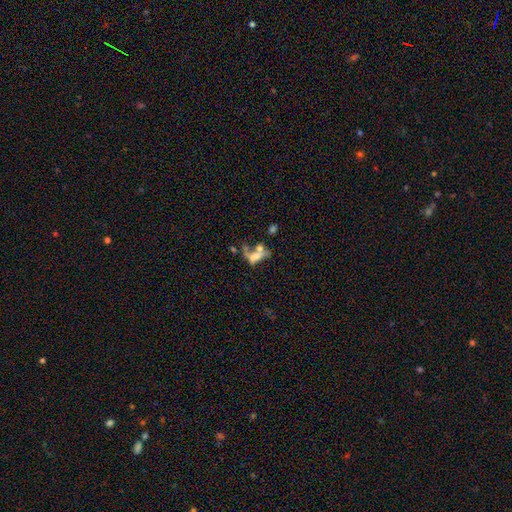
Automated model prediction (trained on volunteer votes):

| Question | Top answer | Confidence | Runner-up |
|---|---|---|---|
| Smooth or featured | smooth | 44% | featured or disk (41%) |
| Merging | merger | 45% | major disturbance (26%) |